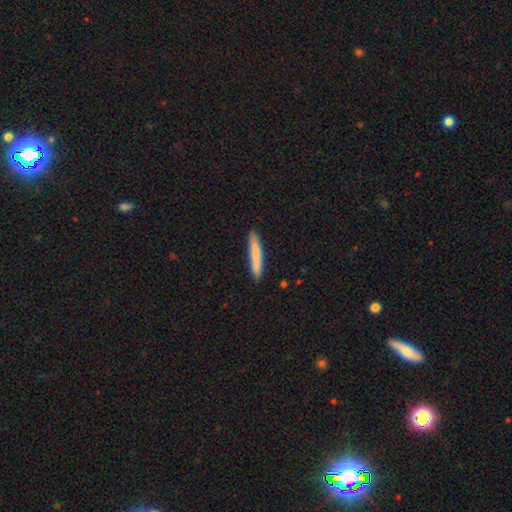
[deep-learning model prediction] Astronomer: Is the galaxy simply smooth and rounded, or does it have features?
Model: smooth — 80%.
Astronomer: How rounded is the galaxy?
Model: cigar-shaped — 95%.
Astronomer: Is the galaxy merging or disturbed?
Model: none — 89%.